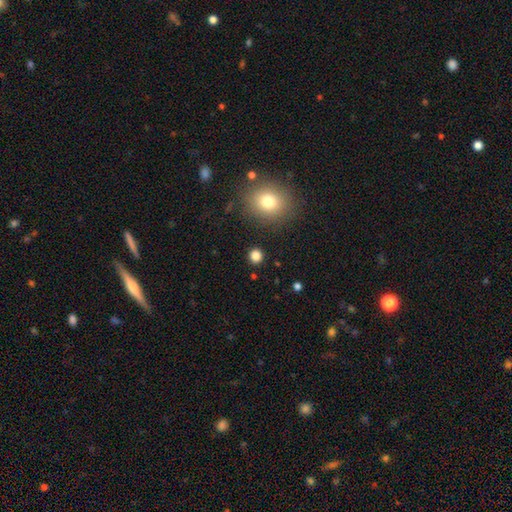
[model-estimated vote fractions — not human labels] Smooth or featured? Predicted: smooth (p=0.82). How rounded? Predicted: round (p=0.90). Merging? Predicted: none (p=0.91).